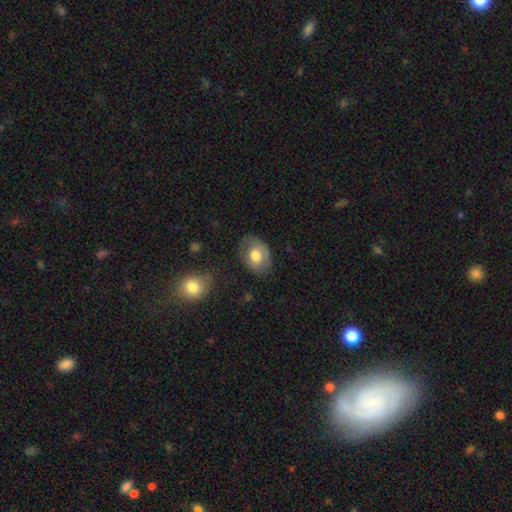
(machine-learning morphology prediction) This is likely a smooth galaxy (67%). How rounded: likely in between (74%). Merging: likely none (67%).